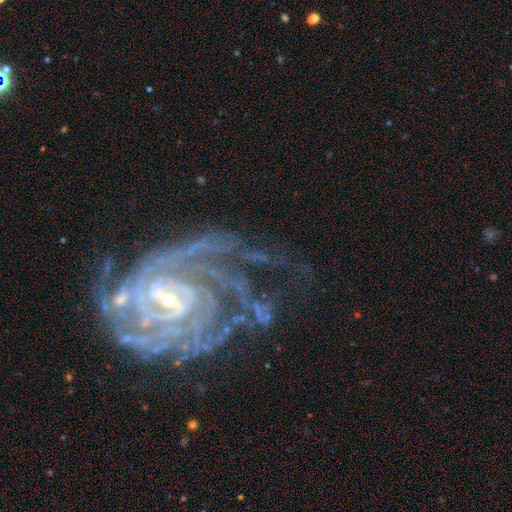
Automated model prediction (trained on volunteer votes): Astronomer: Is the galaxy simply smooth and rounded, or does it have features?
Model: featured or disk — 90%.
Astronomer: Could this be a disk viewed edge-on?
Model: no — 97%.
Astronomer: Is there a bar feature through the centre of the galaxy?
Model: weak — 44% (runner-up: no, 29%).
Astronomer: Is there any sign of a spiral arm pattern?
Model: yes — 98%.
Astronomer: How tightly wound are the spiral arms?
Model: tight — 72%.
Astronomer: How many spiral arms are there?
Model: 4 — 23% (runner-up: can't tell, 22%).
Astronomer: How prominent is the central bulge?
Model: small — 71%.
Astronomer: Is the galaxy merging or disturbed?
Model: none — 51%.